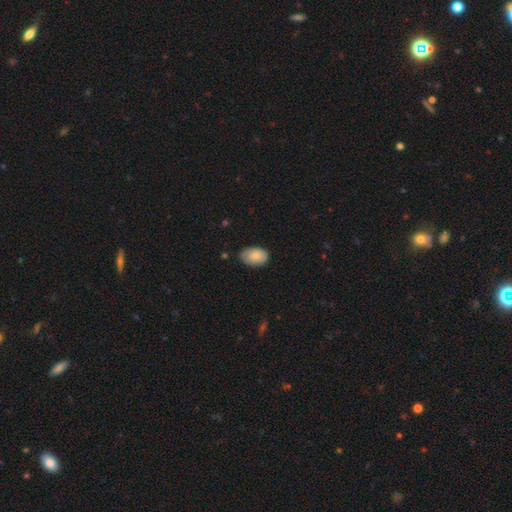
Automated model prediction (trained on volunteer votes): smooth 82%, featured or disk 11%, star or artifact 6%. Down the decision tree: how rounded — in between (90%); merging — none (74%).